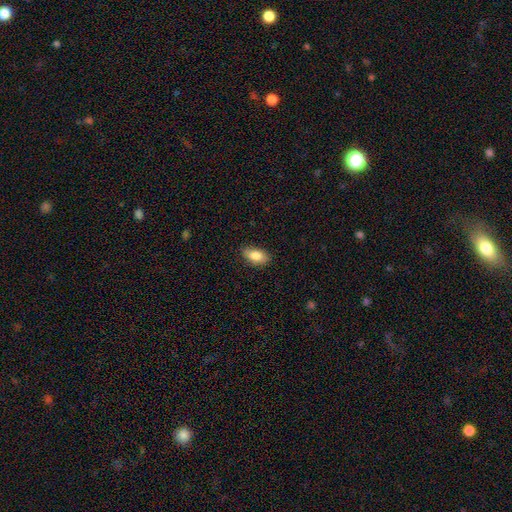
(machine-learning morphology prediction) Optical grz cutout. It shows a smooth galaxy with no disk features (83%) that is in between round and cigar-shaped (92%). Merging: none (84%).